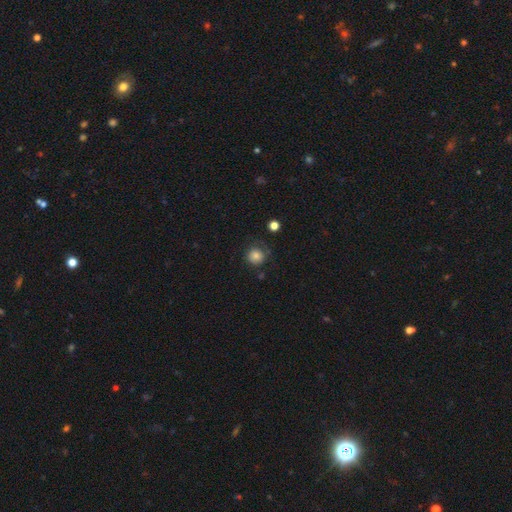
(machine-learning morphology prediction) smooth_or_featured: smooth (p=0.79) [alt: featured or disk p=0.11]
how_rounded: round (p=0.90) [alt: in between p=0.09]
merging: none (p=0.67) [alt: minor disturbance p=0.20]